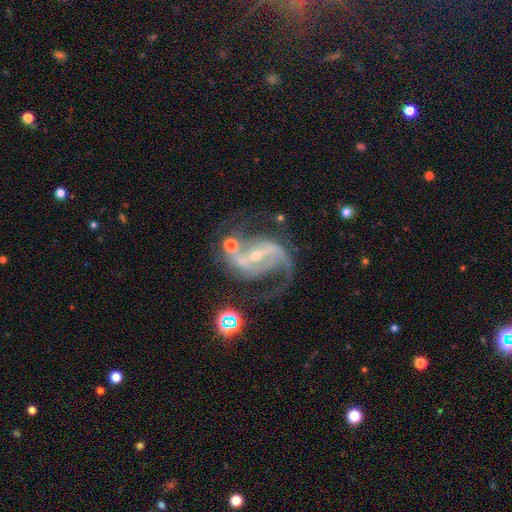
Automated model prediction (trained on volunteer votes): This appears to be a featured or disk galaxy (90%) with a strong bar (62%), 2 (86%) medium (50%) spiral arms (96%) and a small central bulge (71%). Merging: none (49%).